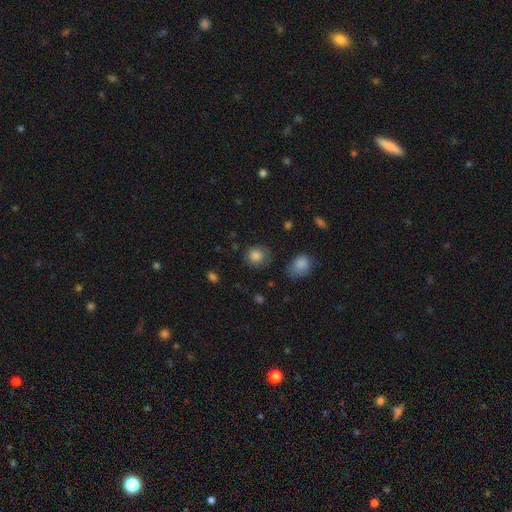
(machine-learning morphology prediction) Smooth or featured?
  - smooth: 85% *
  - star or artifact: 10%
  - featured or disk: 5%
How rounded?
  - round: 87% *
  - in between: 12%
  - cigar-shaped: 1%
Merging?
  - none: 75% *
  - minor disturbance: 17%
  - major disturbance: 6%
  - merger: 3%